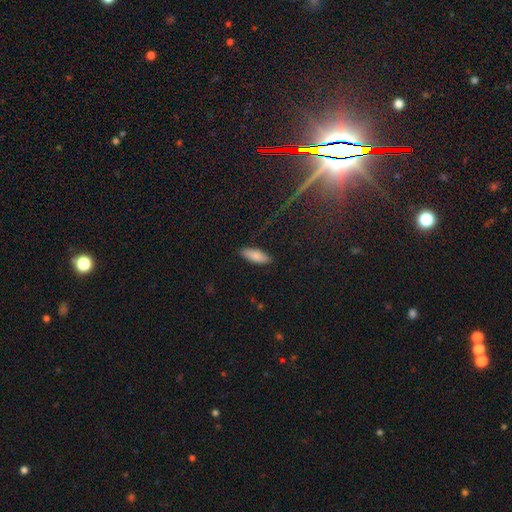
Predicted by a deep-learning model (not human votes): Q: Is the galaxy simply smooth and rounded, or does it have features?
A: smooth — 85%.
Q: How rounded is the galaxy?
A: in between — 69%.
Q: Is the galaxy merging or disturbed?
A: none — 87%.